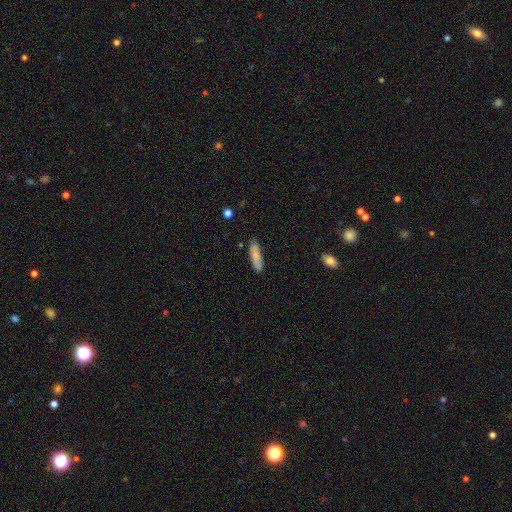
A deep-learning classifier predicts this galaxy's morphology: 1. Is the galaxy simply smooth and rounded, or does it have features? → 84% smooth, 10% featured or disk, 6% star or artifact.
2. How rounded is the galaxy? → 69% cigar-shaped, 30% in between, 2% round.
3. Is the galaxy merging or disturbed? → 86% none, 11% minor disturbance, 2% major disturbance, 2% merger.